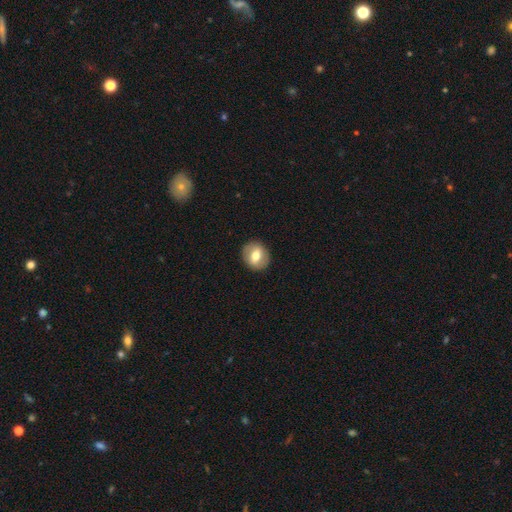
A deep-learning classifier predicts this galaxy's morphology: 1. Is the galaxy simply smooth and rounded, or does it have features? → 61% smooth, 32% featured or disk, 8% star or artifact.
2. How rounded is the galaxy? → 73% round, 26% in between, 1% cigar-shaped.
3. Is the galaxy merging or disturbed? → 89% none, 8% minor disturbance, 2% major disturbance, 1% merger.